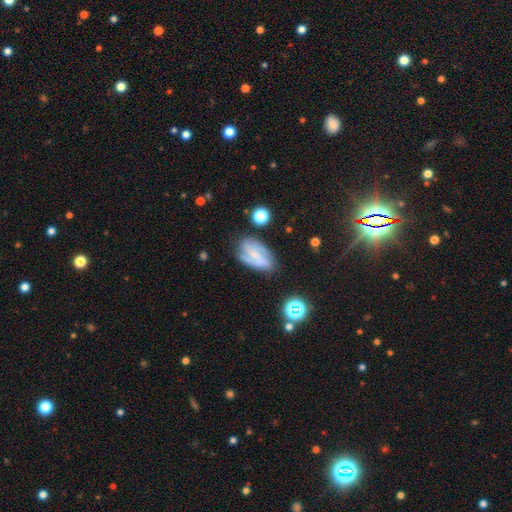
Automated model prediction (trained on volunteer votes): Smooth or featured? featured or disk (59%)
Edge-on disk? no (94%)
Bar? no (45%)
Spiral arms? yes (83%)
Bulge size? small (52%)
Merging? none (62%)